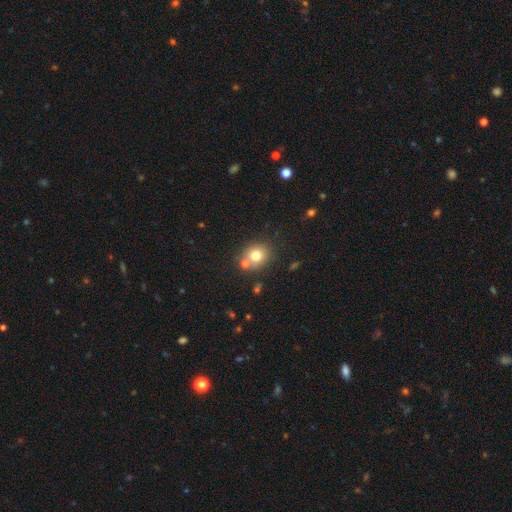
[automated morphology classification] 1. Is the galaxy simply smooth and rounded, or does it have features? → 75% smooth, 13% star or artifact, 12% featured or disk.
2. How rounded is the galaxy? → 75% round, 24% in between, 1% cigar-shaped.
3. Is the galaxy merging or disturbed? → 65% none, 21% merger, 11% minor disturbance, 3% major disturbance.